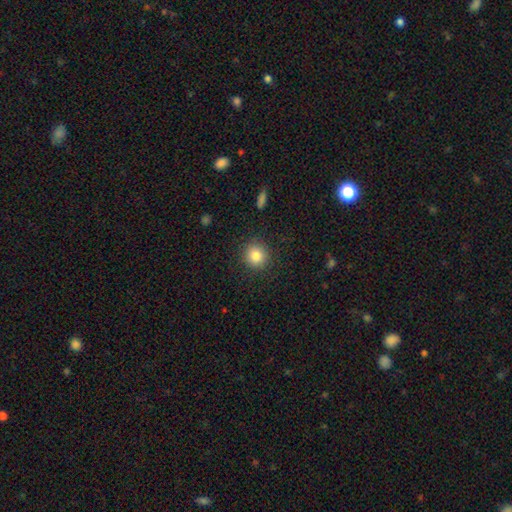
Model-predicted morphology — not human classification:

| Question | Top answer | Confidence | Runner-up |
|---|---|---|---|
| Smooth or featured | smooth | 83% | star or artifact (10%) |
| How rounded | round | 91% | in between (8%) |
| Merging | none | 89% | minor disturbance (7%) |